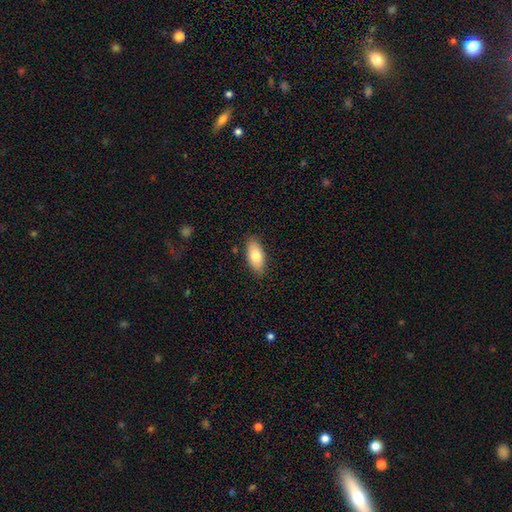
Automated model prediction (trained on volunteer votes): A smooth galaxy with no disk features (76%) that is in between round and cigar-shaped (89%). Merging: none (86%).